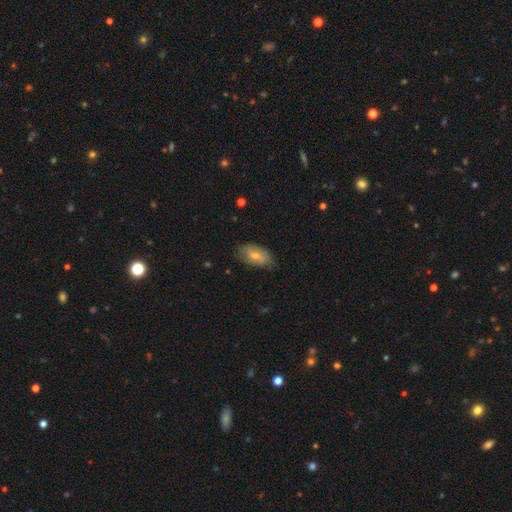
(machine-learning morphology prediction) type=smooth (65%); roundness=in between (92%); merging=none (74%).